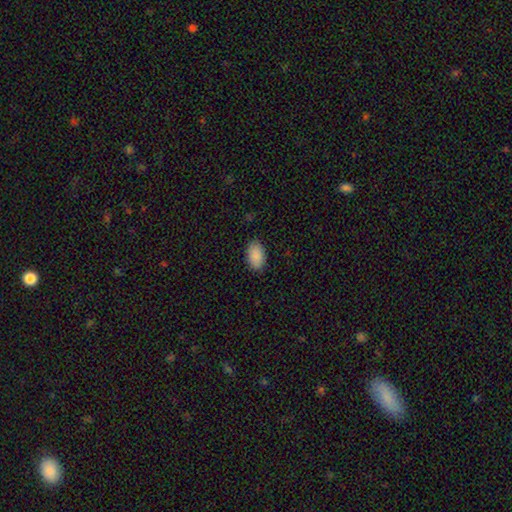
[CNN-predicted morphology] smooth-or-featured: smooth: 91% | star or artifact: 7% | featured or disk: 3%
  how-rounded: in between: 93% | round: 5% | cigar-shaped: 1%
  merging: none: 88% | minor disturbance: 9% | major disturbance: 2% | merger: 1%